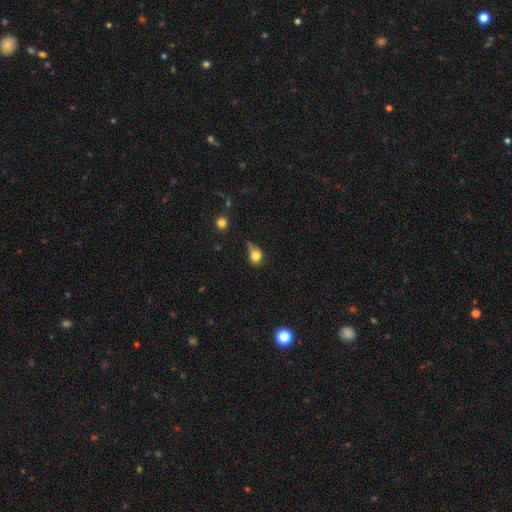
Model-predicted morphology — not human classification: Smooth or featured? smooth (74%)
How rounded? round (53%)
Merging? minor disturbance (36%)